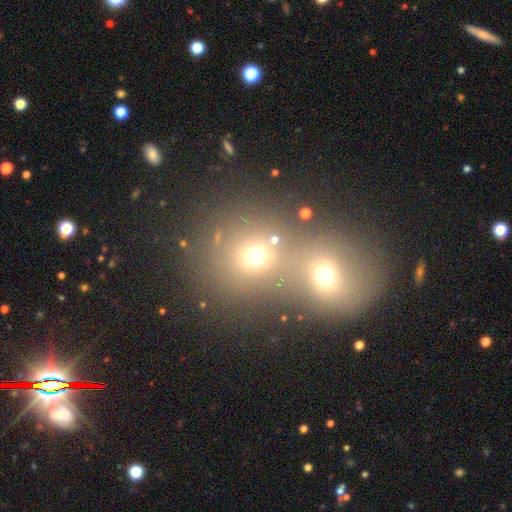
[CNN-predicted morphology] smooth-or-featured: smooth: 66% | star or artifact: 20% | featured or disk: 14%
  how-rounded: round: 77% | in between: 22% | cigar-shaped: 1%
  merging: merger: 67% | none: 25% | minor disturbance: 5% | major disturbance: 3%